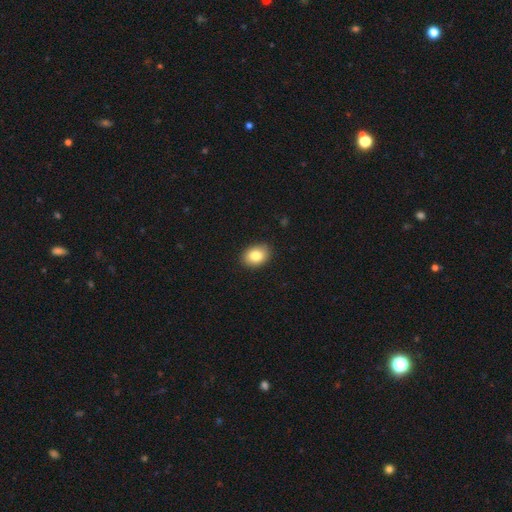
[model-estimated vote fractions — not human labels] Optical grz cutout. It shows a smooth galaxy with no disk features (83%) that is in between round and cigar-shaped (73%). Merging: none (89%).